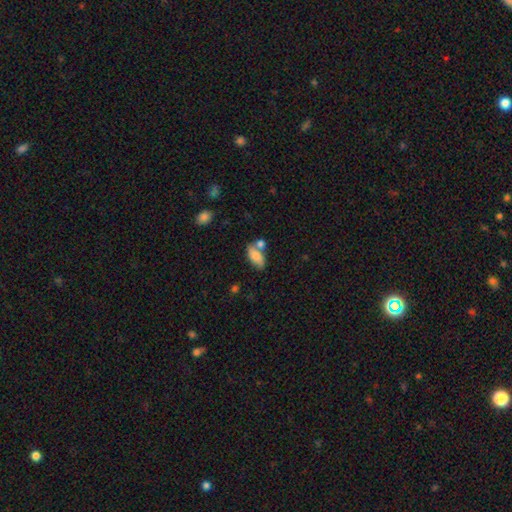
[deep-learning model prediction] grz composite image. It shows a smooth galaxy with no disk features (75%) that is in between round and cigar-shaped (90%). Merging: none (49%).